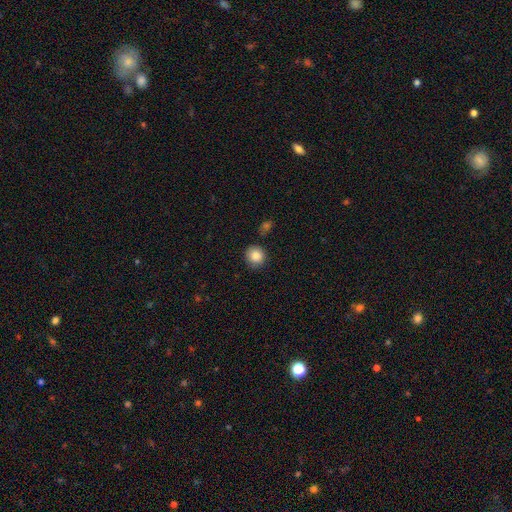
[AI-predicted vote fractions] This is clearly a smooth galaxy (86%). How rounded: clearly round (89%). Merging: clearly none (83%).